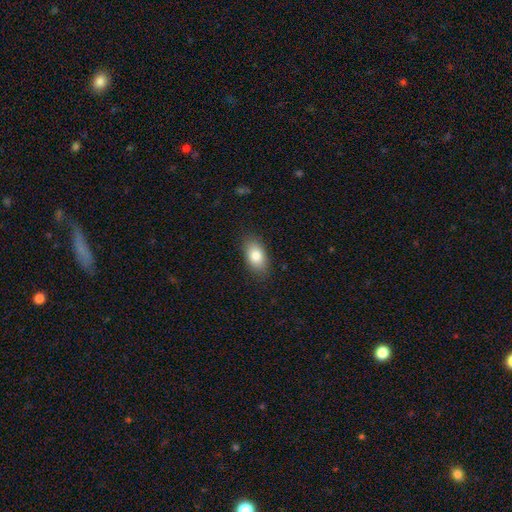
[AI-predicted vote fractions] smooth 82%, featured or disk 11%, star or artifact 7%. Down the decision tree: how rounded — in between (90%); merging — none (85%).